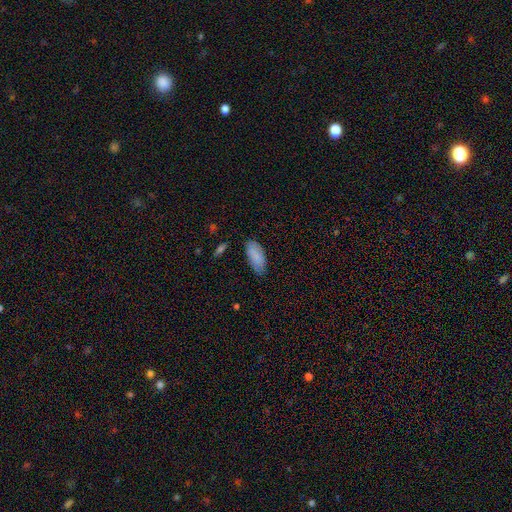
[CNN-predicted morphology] Q: Smooth or featured?
A: smooth (84%); runner-up: featured or disk (9%)
Q: How rounded?
A: in between (89%); runner-up: cigar-shaped (9%)
Q: Merging?
A: none (76%); runner-up: minor disturbance (19%)